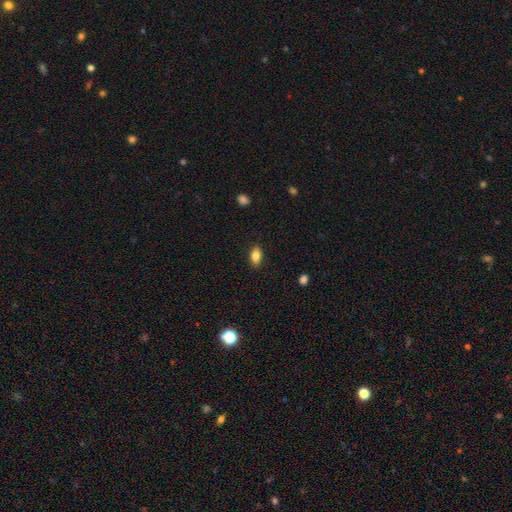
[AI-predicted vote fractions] A smooth galaxy with no disk features (84%) that is in between round and cigar-shaped (89%).

Vote fractions:
- Smooth or featured? smooth: 84% / star or artifact: 8% / featured or disk: 8%
- How rounded? in between: 89% / round: 6% / cigar-shaped: 5%
- Merging? none: 88% / minor disturbance: 9% / major disturbance: 2% / merger: 1%